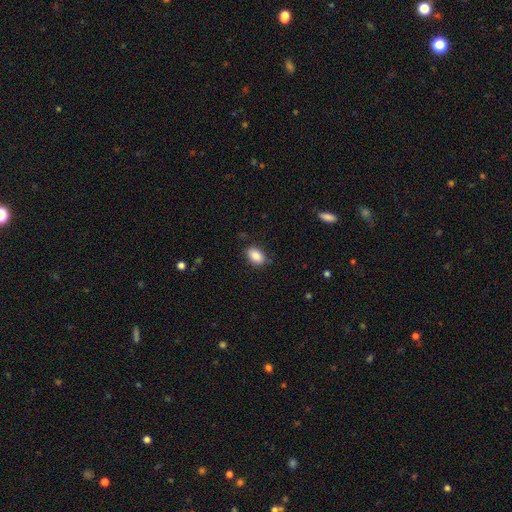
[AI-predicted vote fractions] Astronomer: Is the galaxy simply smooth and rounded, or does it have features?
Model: smooth — 87%.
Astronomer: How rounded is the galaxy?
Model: in between — 87%.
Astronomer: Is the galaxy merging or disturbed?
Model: none — 84%.